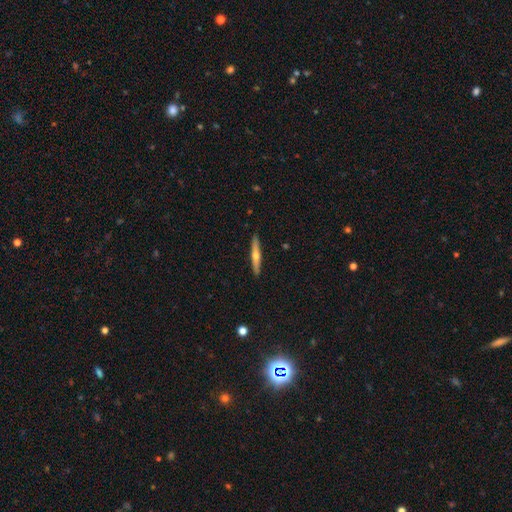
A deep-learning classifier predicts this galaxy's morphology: This is possibly a featured or disk galaxy (57%). It is clearly viewed edge-on (96%). Edge-on bulge: clearly rounded (87%). Merging: clearly none (91%).